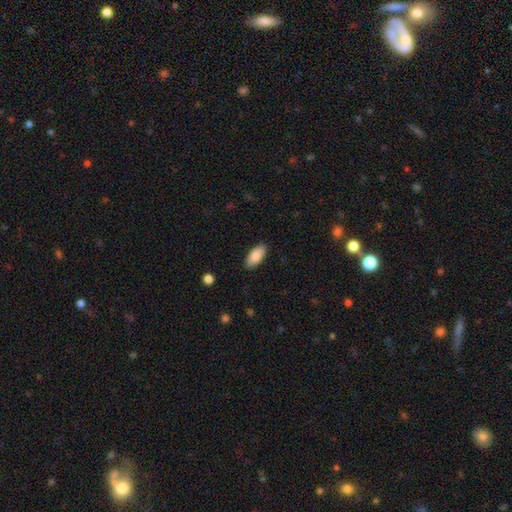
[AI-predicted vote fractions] smooth_or_featured: smooth (p=0.86) [alt: featured or disk p=0.08]
how_rounded: in between (p=0.89) [alt: cigar-shaped p=0.09]
merging: none (p=0.88) [alt: minor disturbance p=0.09]